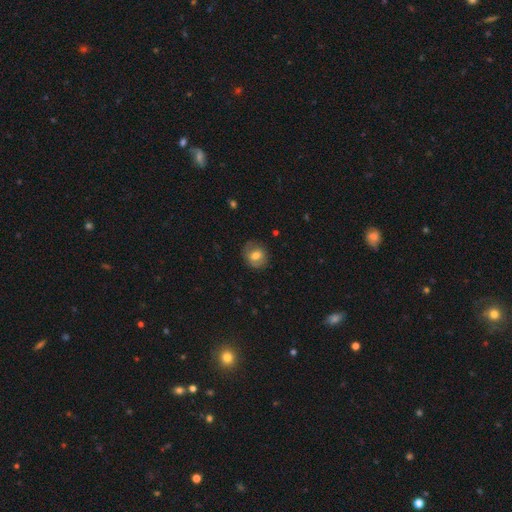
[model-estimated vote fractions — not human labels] Overall: smooth (67%). How rounded: round (74%). Merging: none (78%).